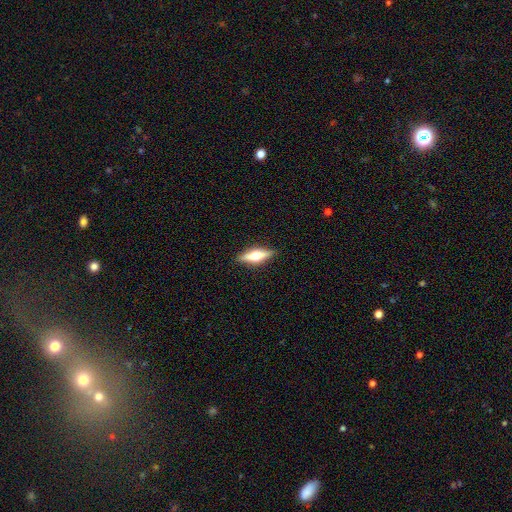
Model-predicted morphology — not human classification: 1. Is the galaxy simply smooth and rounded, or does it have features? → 57% featured or disk, 37% smooth, 7% star or artifact.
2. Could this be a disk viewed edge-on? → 94% yes, 6% no.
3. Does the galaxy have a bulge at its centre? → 93% rounded, 5% boxy, 2% none.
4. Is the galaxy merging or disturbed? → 88% none, 8% minor disturbance, 2% major disturbance, 1% merger.